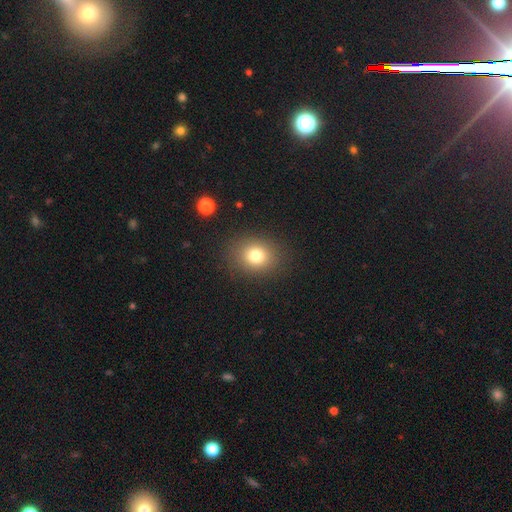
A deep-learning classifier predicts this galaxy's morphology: smooth 77%, star or artifact 14%, featured or disk 9%. Down the decision tree: how rounded — round (64%); merging — none (87%).